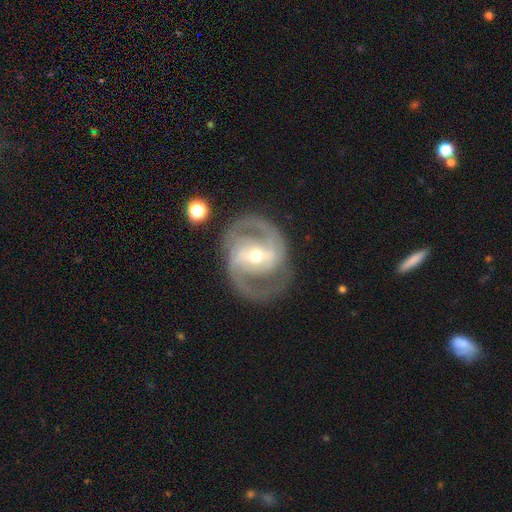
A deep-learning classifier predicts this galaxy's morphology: Smooth or featured? Predicted: featured or disk (p=0.88). Edge-on disk? Predicted: no (p=0.97). Bar? Predicted: strong (p=0.48). Spiral arms? Predicted: yes (p=0.92). Spiral winding? Predicted: medium (p=0.54). Spiral arm count? Predicted: 2 (p=0.85). Bulge size? Predicted: moderate (p=0.59). Merging? Predicted: none (p=0.78).